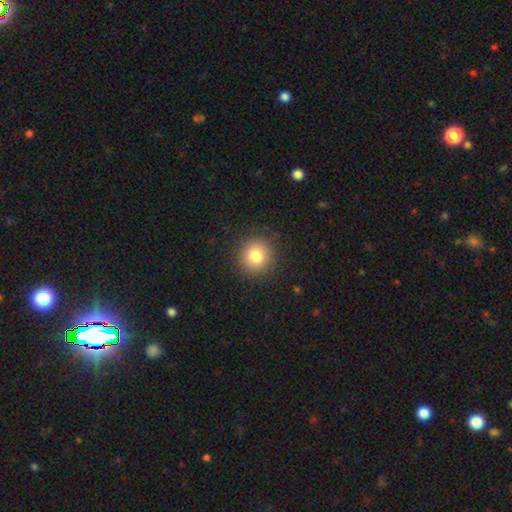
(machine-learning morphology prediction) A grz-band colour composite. It shows a smooth galaxy with no disk features (81%) that is round (91%). Merging: none (89%).